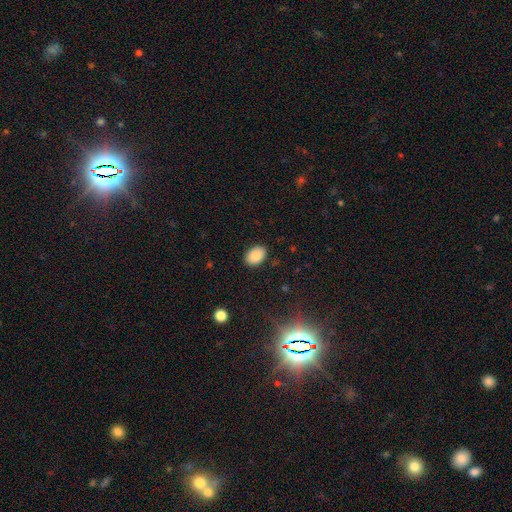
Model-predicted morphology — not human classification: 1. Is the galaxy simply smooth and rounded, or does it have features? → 85% smooth, 8% star or artifact, 7% featured or disk.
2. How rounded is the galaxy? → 84% in between, 15% round, 1% cigar-shaped.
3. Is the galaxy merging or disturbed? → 88% none, 9% minor disturbance, 2% major disturbance, 1% merger.